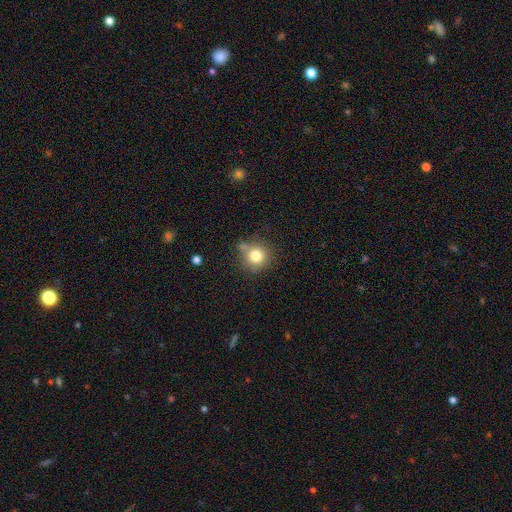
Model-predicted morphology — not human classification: This appears to be a smooth galaxy with no disk features (79%) that is round (91%). Merging: none (67%).